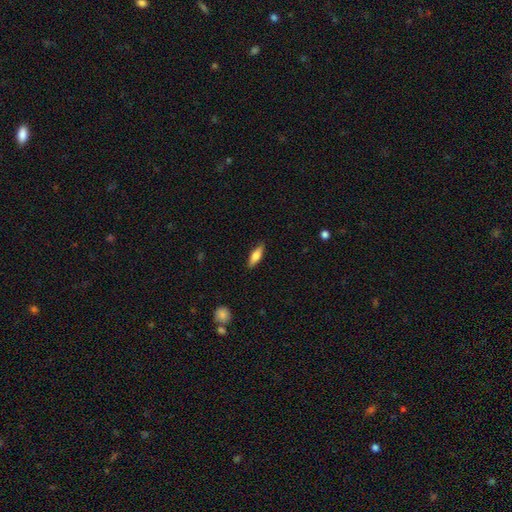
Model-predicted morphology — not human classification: Q: Smooth or featured?
A: smooth (64%); runner-up: featured or disk (30%)
Q: How rounded?
A: in between (50%); runner-up: cigar-shaped (47%)
Q: Merging?
A: none (87%); runner-up: minor disturbance (10%)